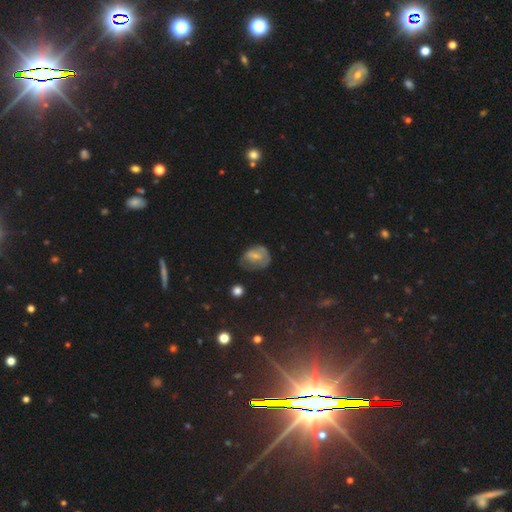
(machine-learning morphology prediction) type=smooth (53%); roundness=in between (56%); merging=none (39%).